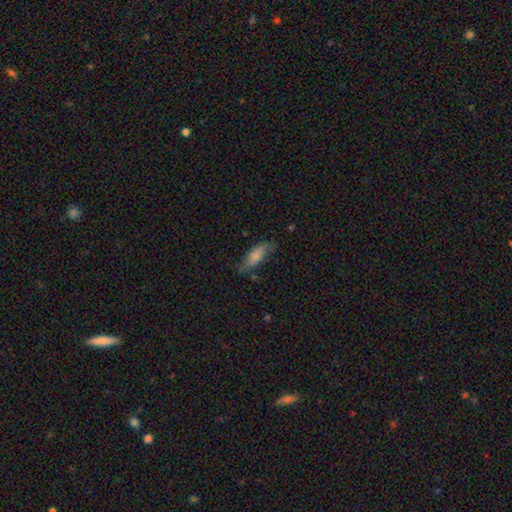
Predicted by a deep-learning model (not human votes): smooth_or_featured: smooth (p=0.68) [alt: featured or disk p=0.26]
how_rounded: in between (p=0.70) [alt: cigar-shaped p=0.28]
merging: none (p=0.60) [alt: minor disturbance p=0.28]